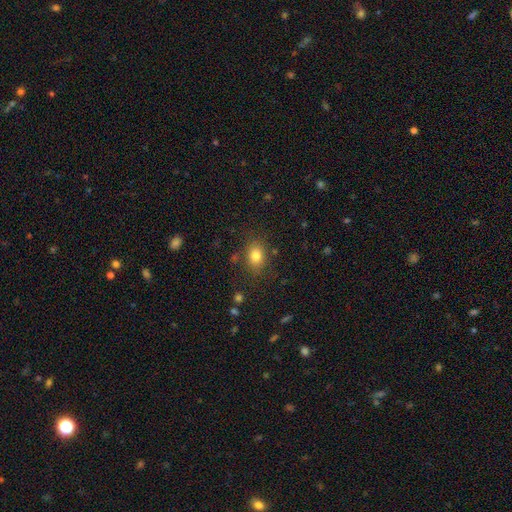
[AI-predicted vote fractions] smooth-or-featured: smooth: 81% | star or artifact: 11% | featured or disk: 8%
  how-rounded: in between: 65% | round: 34% | cigar-shaped: 1%
  merging: none: 80% | minor disturbance: 13% | major disturbance: 4% | merger: 3%